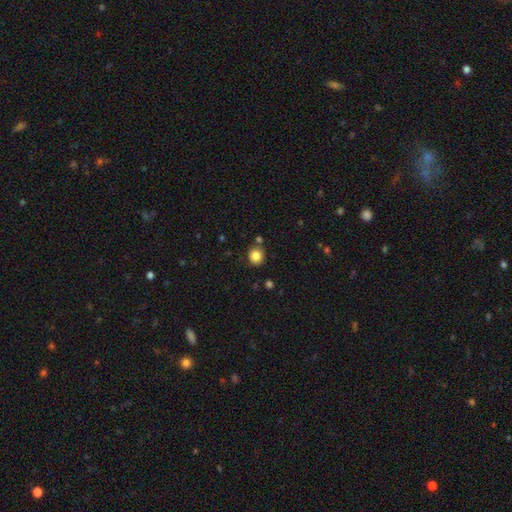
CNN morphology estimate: Smooth or featured?
  - smooth: 84% *
  - star or artifact: 10%
  - featured or disk: 5%
How rounded?
  - round: 85% *
  - in between: 14%
  - cigar-shaped: 1%
Merging?
  - none: 81% *
  - minor disturbance: 10%
  - merger: 7%
  - major disturbance: 3%